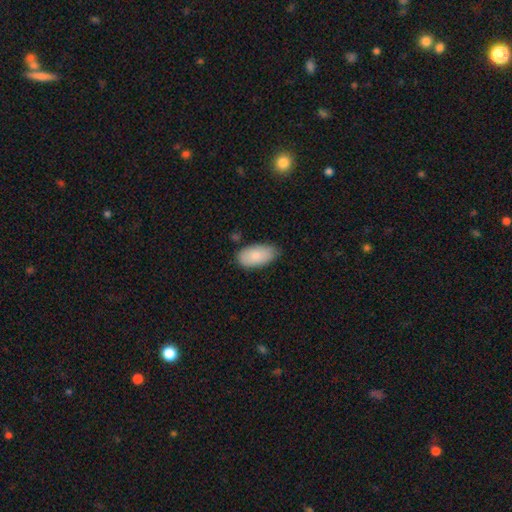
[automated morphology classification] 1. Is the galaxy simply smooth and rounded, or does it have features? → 85% smooth, 9% featured or disk, 6% star or artifact.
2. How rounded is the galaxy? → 95% in between, 3% round, 3% cigar-shaped.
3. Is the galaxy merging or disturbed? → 74% none, 21% minor disturbance, 3% major disturbance, 2% merger.